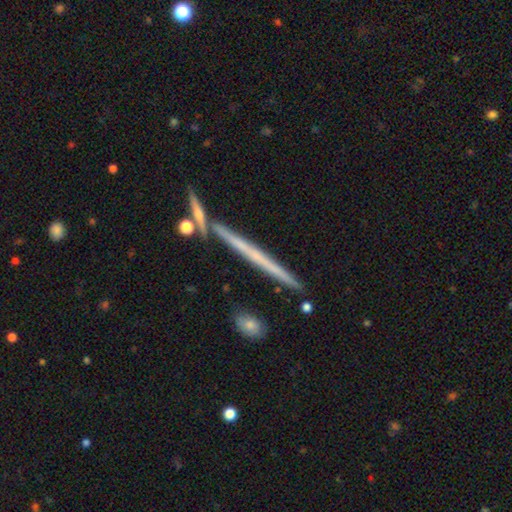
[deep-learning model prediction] smooth_or_featured: featured or disk (p=0.60) [alt: smooth p=0.33]
disk_edge_on: yes (p=0.97) [alt: no p=0.03]
edge_on_bulge: none (p=0.88) [alt: rounded p=0.09]
merging: none (p=0.86) [alt: minor disturbance p=0.08]